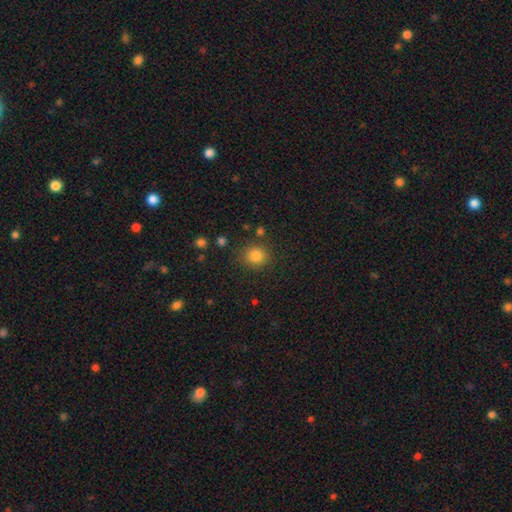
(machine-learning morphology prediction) This appears to be a smooth galaxy with no disk features (84%) that is round (84%). Merging: none (83%).